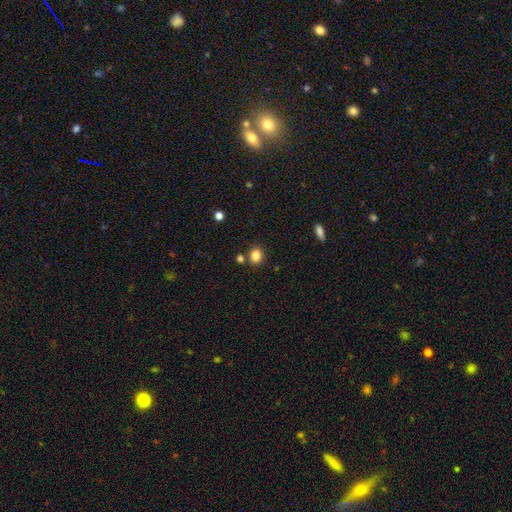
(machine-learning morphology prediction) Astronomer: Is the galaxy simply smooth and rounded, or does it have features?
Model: smooth — 83%.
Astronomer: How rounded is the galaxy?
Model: round — 73%.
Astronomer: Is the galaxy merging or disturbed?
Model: none — 80%.